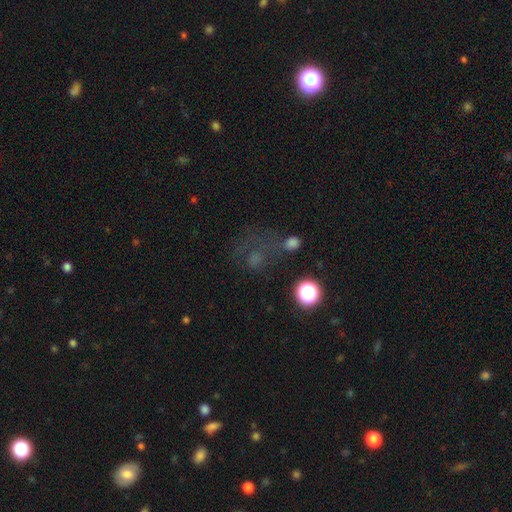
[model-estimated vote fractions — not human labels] Overall: smooth (44%; star or artifact 35%). Merging: none (43%; major disturbance 32%).